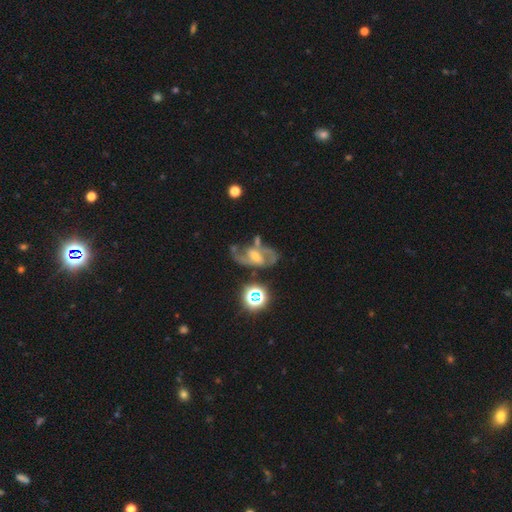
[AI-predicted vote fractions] Smooth or featured? Predicted: featured or disk (p=0.79). Edge-on disk? Predicted: no (p=0.96). Bar? Predicted: weak (p=0.47). Spiral arms? Predicted: yes (p=0.92). Spiral winding? Predicted: medium (p=0.53). Spiral arm count? Predicted: 2 (p=0.83). Bulge size? Predicted: small (p=0.45). Merging? Predicted: none (p=0.59).